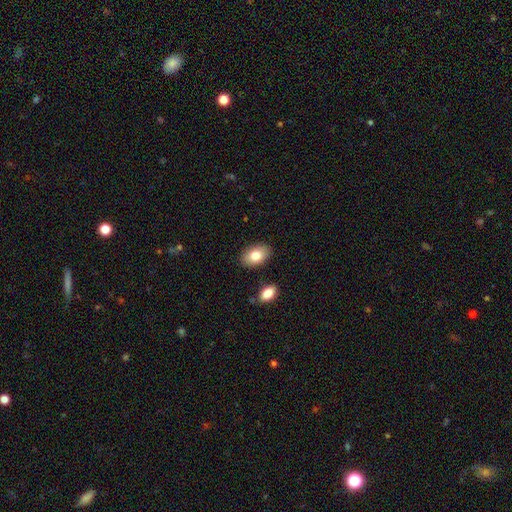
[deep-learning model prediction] A smooth galaxy with no disk features (82%) that is in between round and cigar-shaped (91%). Merging: none (86%).